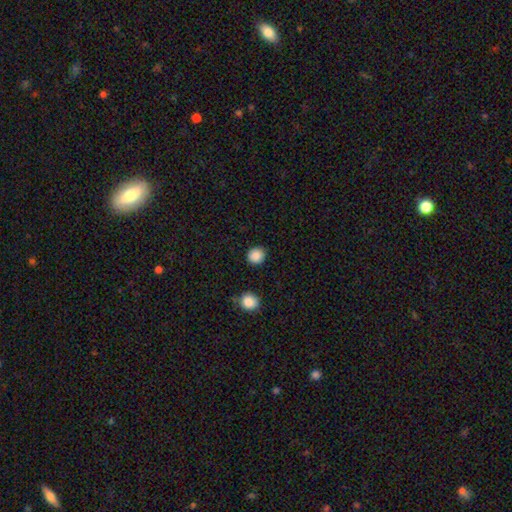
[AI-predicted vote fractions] Smooth or featured?
  - smooth: 88% *
  - star or artifact: 9%
  - featured or disk: 3%
How rounded?
  - round: 88% *
  - in between: 11%
  - cigar-shaped: 1%
Merging?
  - none: 90% *
  - minor disturbance: 6%
  - major disturbance: 2%
  - merger: 2%